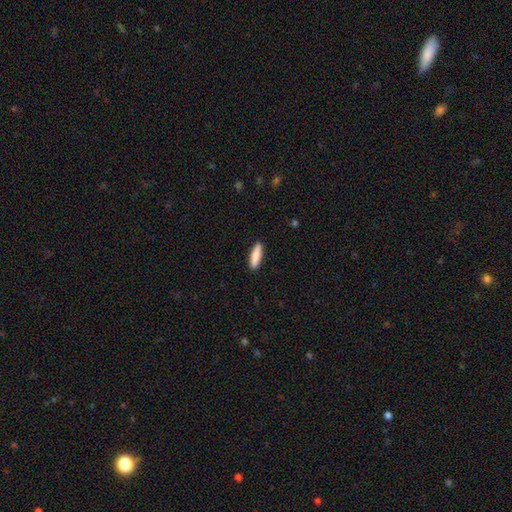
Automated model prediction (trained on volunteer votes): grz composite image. It shows a smooth galaxy with no disk features (83%) that is cigar-shaped (67%). Merging: none (90%).